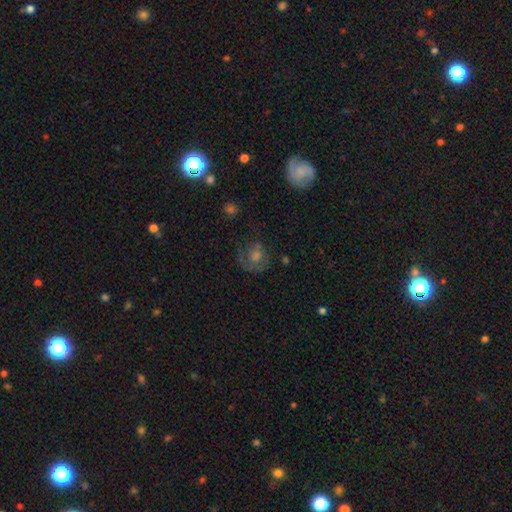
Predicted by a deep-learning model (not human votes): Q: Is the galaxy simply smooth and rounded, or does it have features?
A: featured or disk — 45%.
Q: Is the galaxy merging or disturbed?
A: none — 62%.